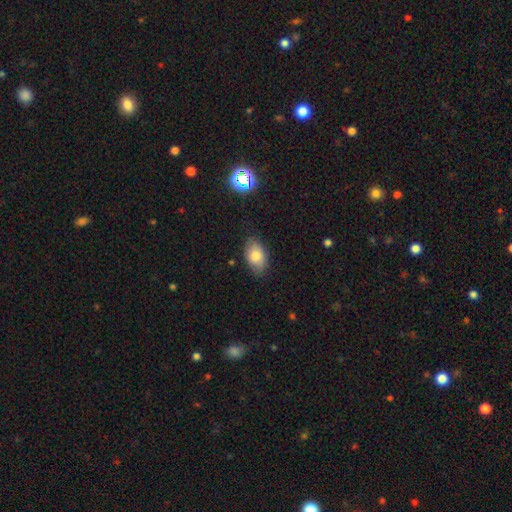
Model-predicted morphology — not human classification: smooth-or-featured: smooth: 80% | featured or disk: 11% | star or artifact: 9%
  how-rounded: in between: 89% | round: 9% | cigar-shaped: 2%
  merging: none: 80% | minor disturbance: 16% | major disturbance: 3% | merger: 1%